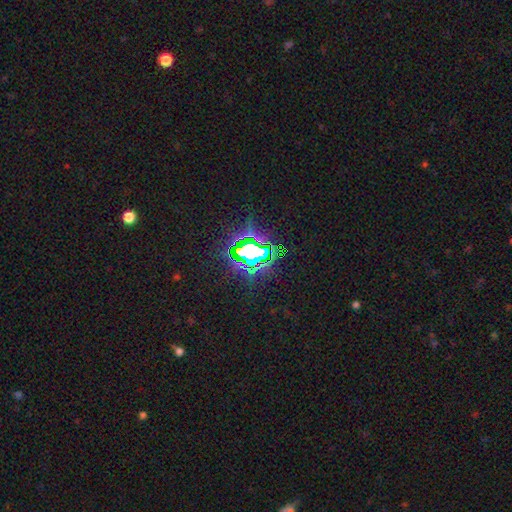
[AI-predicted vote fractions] Q: Smooth or featured?
A: star or artifact (78%); runner-up: smooth (12%)